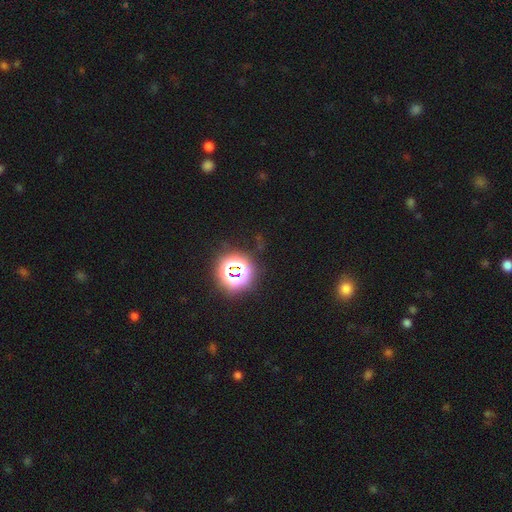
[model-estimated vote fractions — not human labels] A star or artifact, not a galaxy (77%).

Vote fractions:
- Smooth or featured? star or artifact: 77% / smooth: 16% / featured or disk: 7%